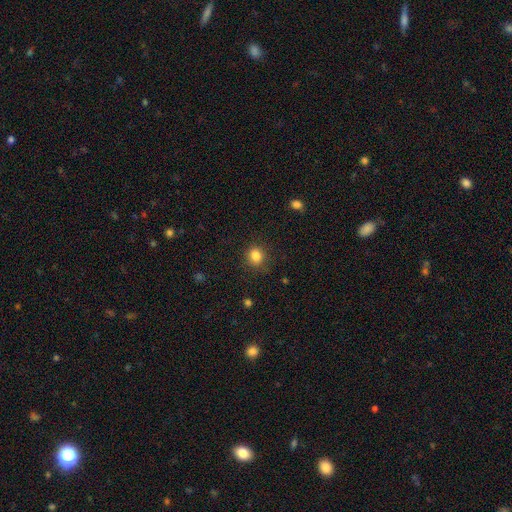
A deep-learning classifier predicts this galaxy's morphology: A smooth galaxy with no disk features (84%) that is round (71%). Merging: none (83%).